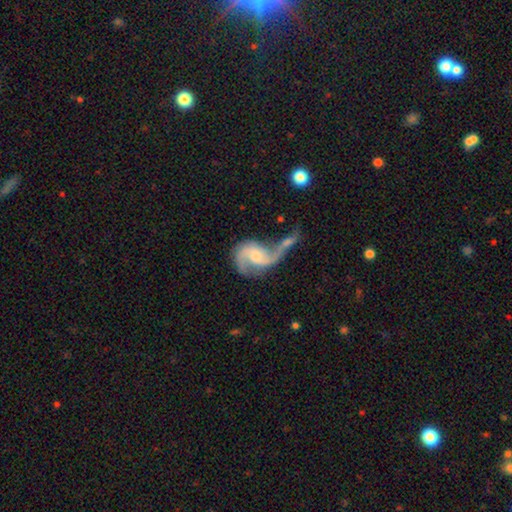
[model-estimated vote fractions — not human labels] featured or disk 85%, smooth 10%, star or artifact 5%. Down the decision tree: edge-on disk — no (97%); bar — no (51%); spiral arms — yes (95%); spiral arm count — 2 (86%); spiral winding — loose (54%); bulge size — small (42%); merging — merger (43%).